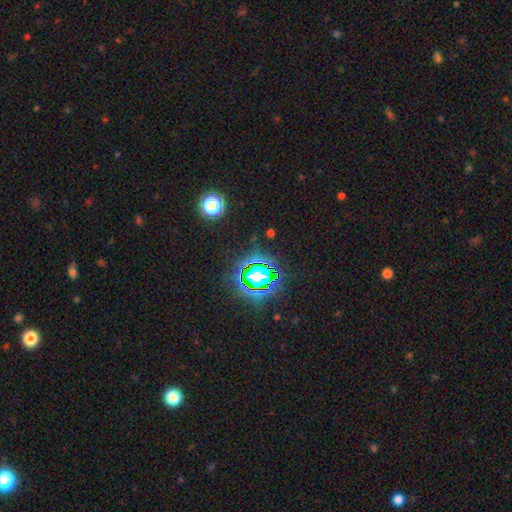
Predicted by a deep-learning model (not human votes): This is likely a star or artifact rather than a galaxy (71%).